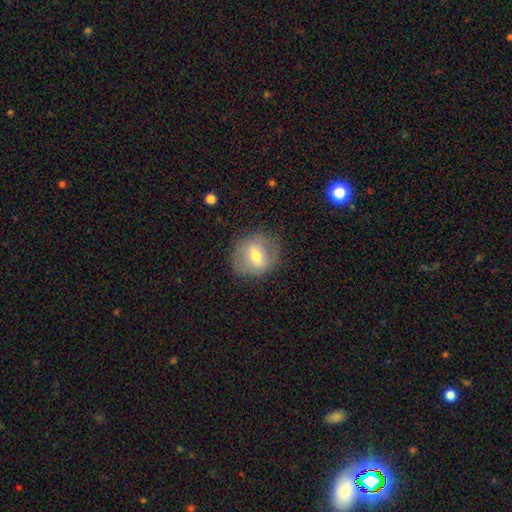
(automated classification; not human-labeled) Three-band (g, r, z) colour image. It shows a smooth galaxy with no disk features (54%) that is round (74%). Merging: none (80%).